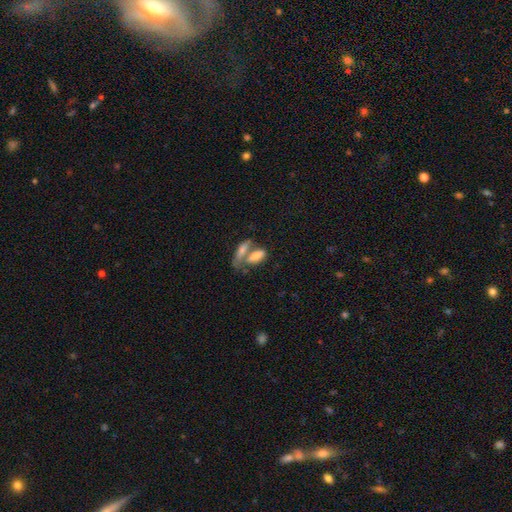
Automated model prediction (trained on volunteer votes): Overall: smooth (73%). How rounded: in between (77%). Merging: merger (56%; none 28%).